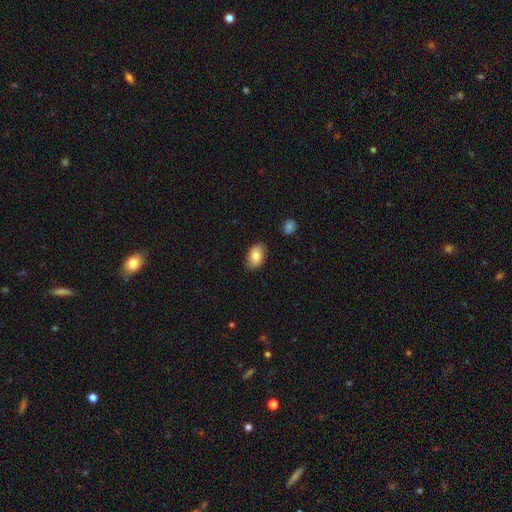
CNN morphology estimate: Smooth or featured: smooth — 83% (featured or disk — 10%)
How rounded: in between — 87% (round — 12%)
Merging: none — 83% (minor disturbance — 13%)